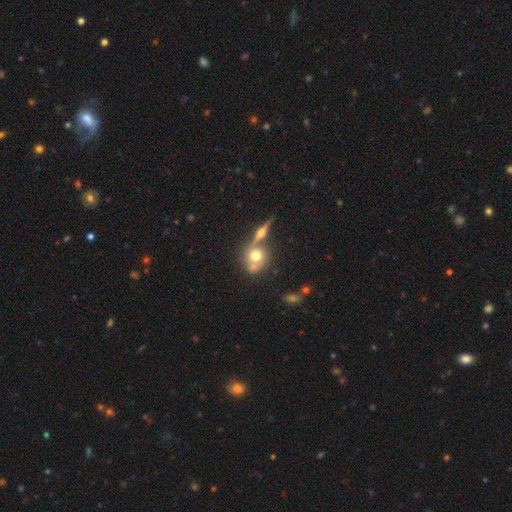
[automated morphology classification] A smooth galaxy with no disk features (58%) that is round (75%). Merging: none (47%).